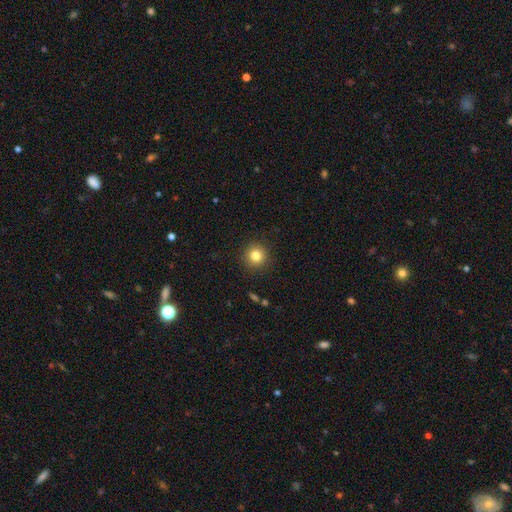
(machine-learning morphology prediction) Q: Smooth or featured?
A: smooth (82%); runner-up: star or artifact (12%)
Q: How rounded?
A: round (95%); runner-up: in between (4%)
Q: Merging?
A: none (92%); runner-up: minor disturbance (5%)